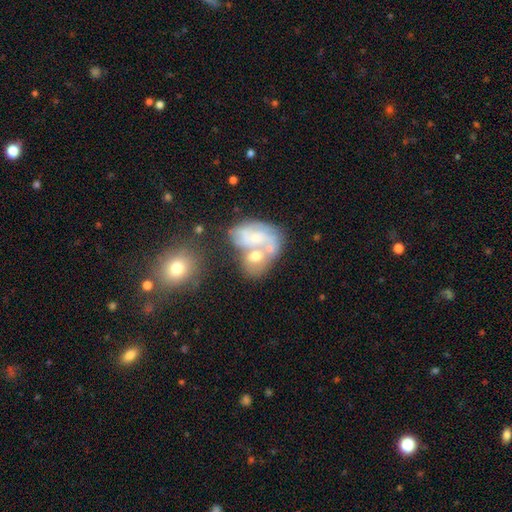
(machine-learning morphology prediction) Q: Smooth or featured?
A: featured or disk (52%); runner-up: smooth (38%)
Q: Edge-on disk?
A: no (97%); runner-up: yes (3%)
Q: Bar?
A: no (79%); runner-up: weak (17%)
Q: Spiral arms?
A: no (60%); runner-up: yes (40%)
Q: Bulge size?
A: moderate (42%); runner-up: small (34%)
Q: Merging?
A: merger (61%); runner-up: none (20%)